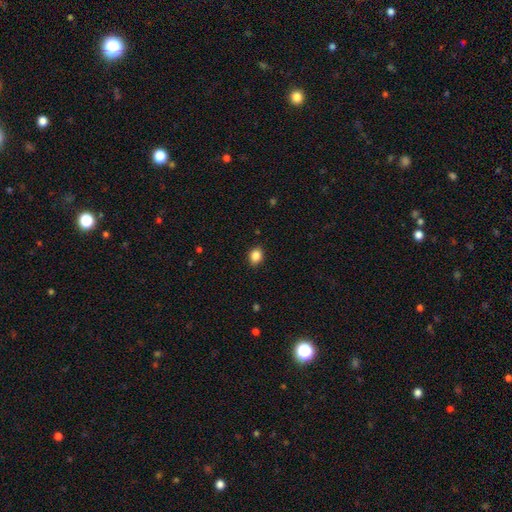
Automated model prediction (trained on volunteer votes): Smooth or featured? Predicted: smooth (p=0.86). How rounded? Predicted: round (p=0.50). Merging? Predicted: none (p=0.89).